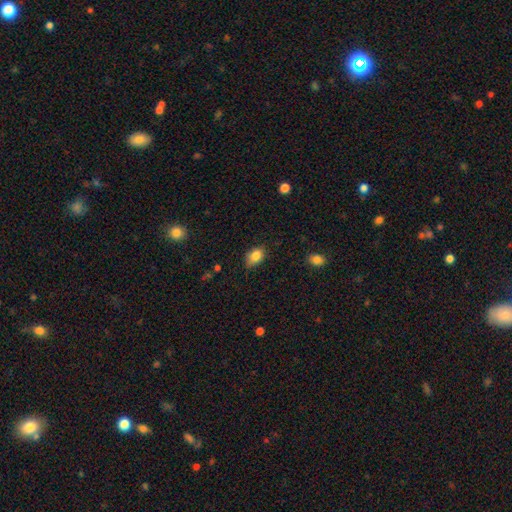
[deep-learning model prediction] Q: Smooth or featured?
A: smooth (84%); runner-up: star or artifact (9%)
Q: How rounded?
A: in between (79%); runner-up: round (20%)
Q: Merging?
A: none (69%); runner-up: minor disturbance (25%)